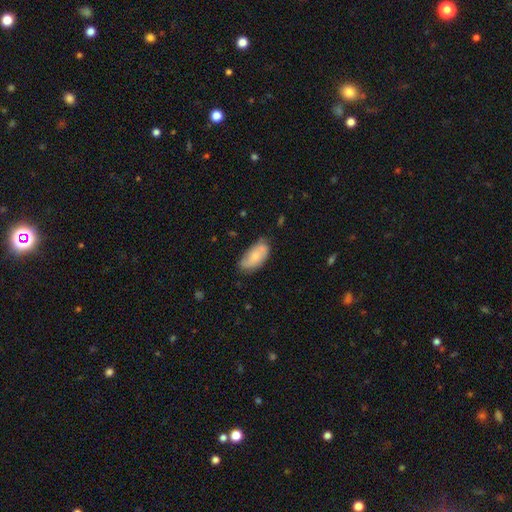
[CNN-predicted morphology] smooth_or_featured: smooth (p=0.64) [alt: featured or disk p=0.30]
how_rounded: in between (p=0.92) [alt: cigar-shaped p=0.05]
merging: none (p=0.66) [alt: minor disturbance p=0.27]